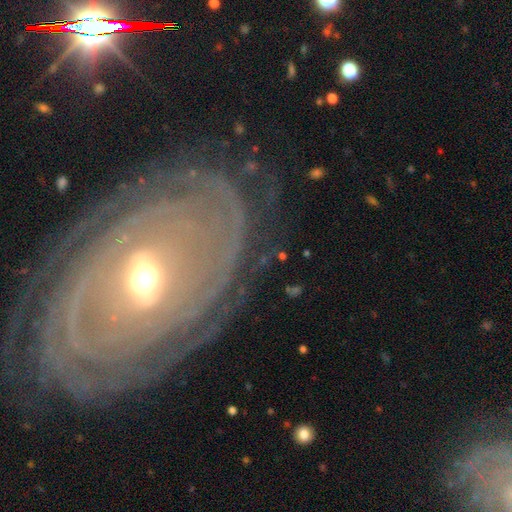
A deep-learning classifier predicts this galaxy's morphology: smooth_or_featured: featured or disk (p=0.86) [alt: smooth p=0.07]
disk_edge_on: no (p=0.94) [alt: yes p=0.06]
bar: no (p=0.45) [alt: weak p=0.34]
has_spiral_arms: yes (p=0.89) [alt: no p=0.11]
spiral_winding: tight (p=0.83) [alt: medium p=0.13]
spiral_arm_count: can't tell (p=0.38) [alt: 2 p=0.15]
bulge_size: moderate (p=0.63) [alt: small p=0.30]
merging: none (p=0.81) [alt: minor disturbance p=0.12]